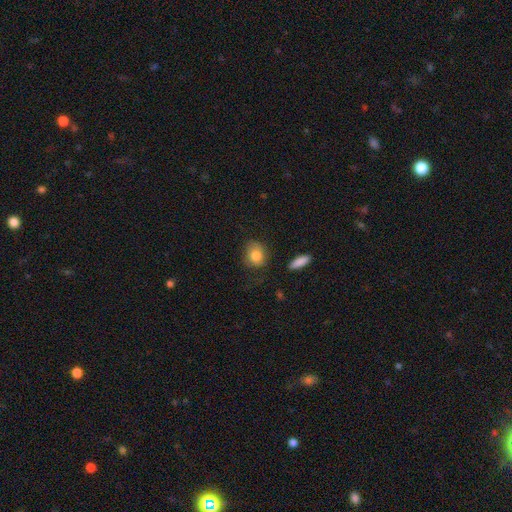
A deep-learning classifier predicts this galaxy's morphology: Q: Smooth or featured?
A: smooth (82%); runner-up: featured or disk (11%)
Q: How rounded?
A: round (61%); runner-up: in between (38%)
Q: Merging?
A: none (66%); runner-up: minor disturbance (23%)